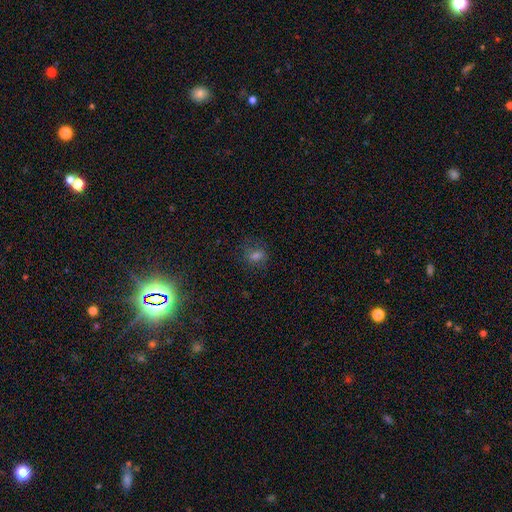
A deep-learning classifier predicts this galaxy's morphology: This appears to be a smooth galaxy with no disk features (53%) that is round (55%). Merging: none (75%).